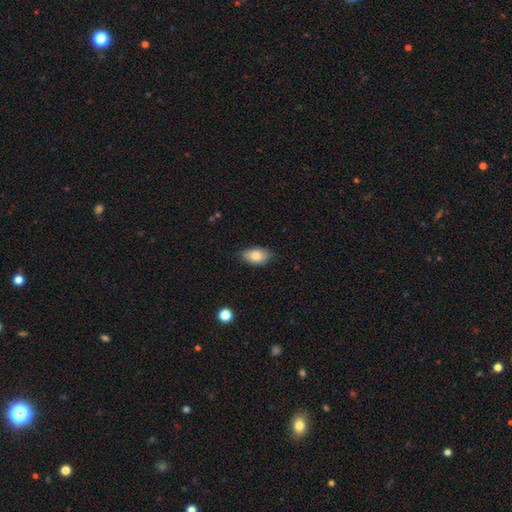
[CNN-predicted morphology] Smooth or featured? smooth (81%)
How rounded? in between (92%)
Merging? none (81%)